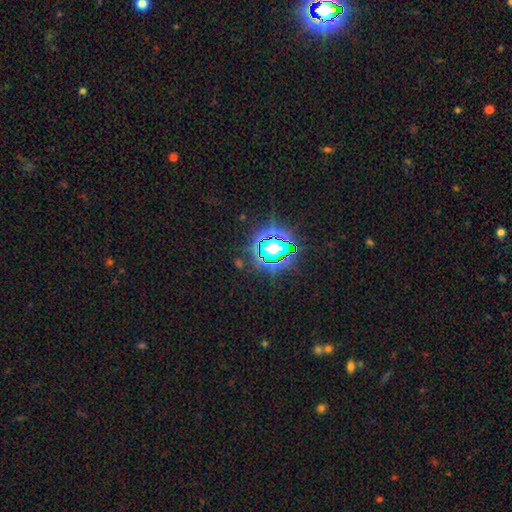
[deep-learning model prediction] Q: Smooth or featured?
A: star or artifact (83%); runner-up: smooth (11%)